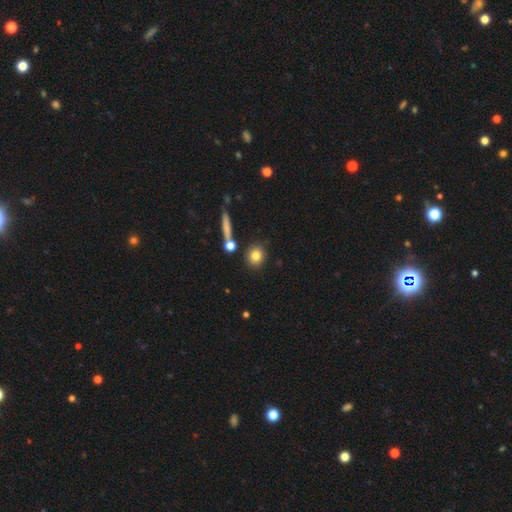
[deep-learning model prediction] smooth-or-featured: smooth: 81% | star or artifact: 10% | featured or disk: 9%
  how-rounded: round: 77% | in between: 20% | cigar-shaped: 3%
  merging: none: 80% | minor disturbance: 9% | merger: 8% | major disturbance: 3%